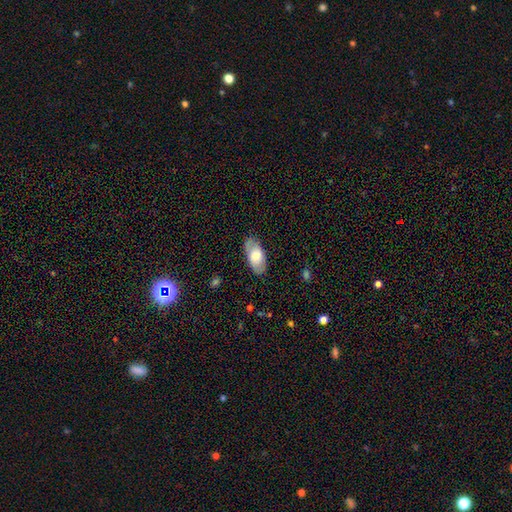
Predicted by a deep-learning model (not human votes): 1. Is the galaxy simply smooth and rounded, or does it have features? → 64% smooth, 30% featured or disk, 6% star or artifact.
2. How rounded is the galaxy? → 92% in between, 5% cigar-shaped, 3% round.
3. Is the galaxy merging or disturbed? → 82% none, 14% minor disturbance, 3% major disturbance, 1% merger.